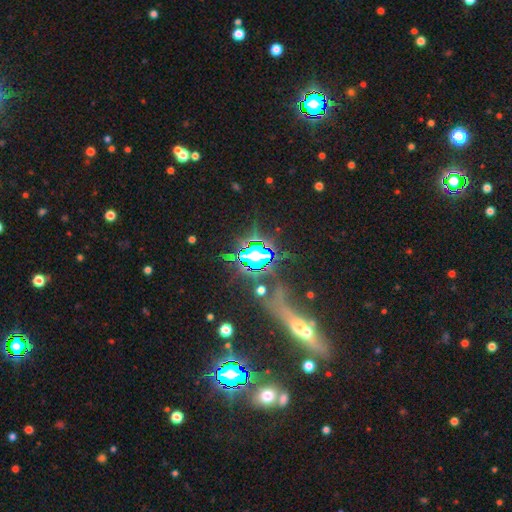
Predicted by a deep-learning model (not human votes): Q: Smooth or featured?
A: star or artifact (73%); runner-up: smooth (14%)